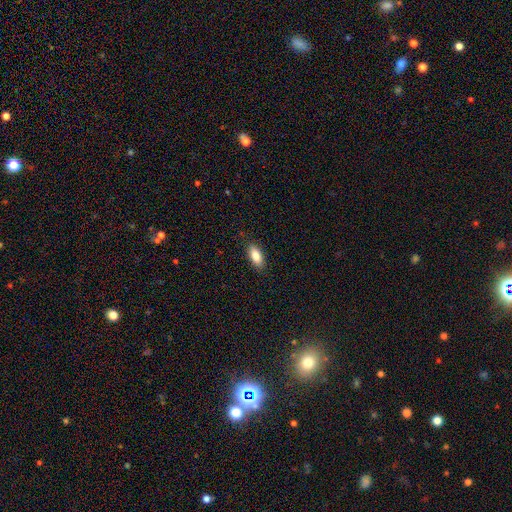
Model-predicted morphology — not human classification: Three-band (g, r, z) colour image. It shows a smooth galaxy with no disk features (86%) that is in between round and cigar-shaped (87%). Merging: none (88%).